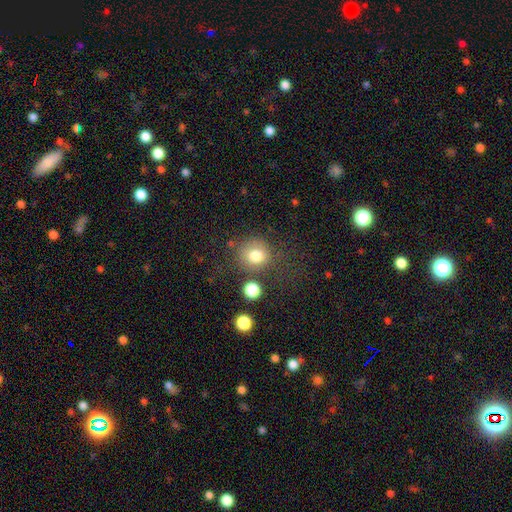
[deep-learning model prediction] Smooth or featured? smooth (79%)
How rounded? round (85%)
Merging? none (70%)